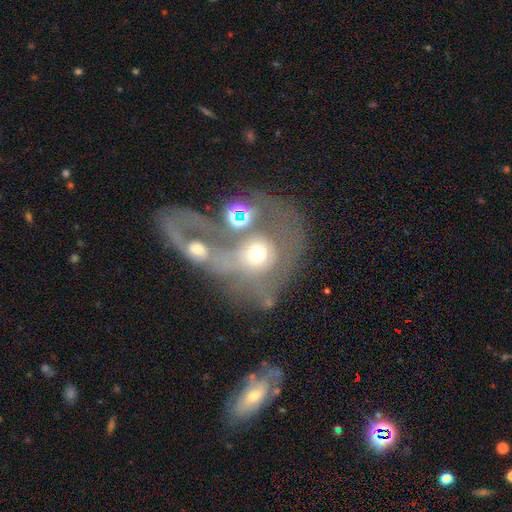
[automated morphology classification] Smooth or featured? Predicted: featured or disk (p=0.49). Merging? Predicted: merger (p=0.67).